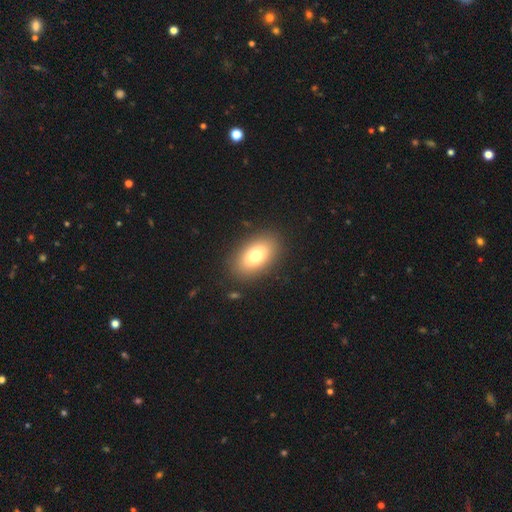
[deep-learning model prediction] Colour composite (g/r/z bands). It shows a smooth galaxy with no disk features (76%) that is in between round and cigar-shaped (91%). Merging: none (87%).